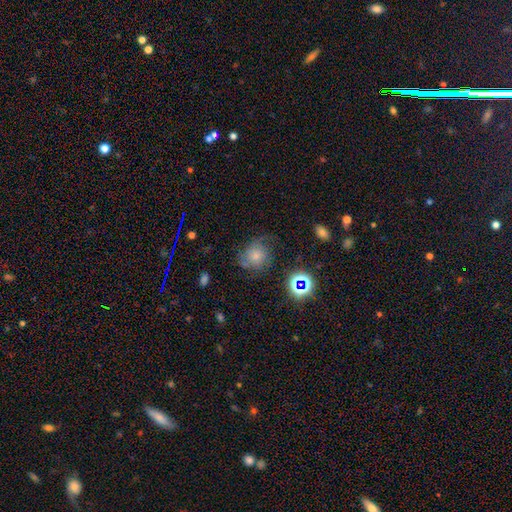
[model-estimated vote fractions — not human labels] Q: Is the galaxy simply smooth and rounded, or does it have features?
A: smooth — 61%.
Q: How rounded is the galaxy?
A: round — 77%.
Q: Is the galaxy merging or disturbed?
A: none — 53%.